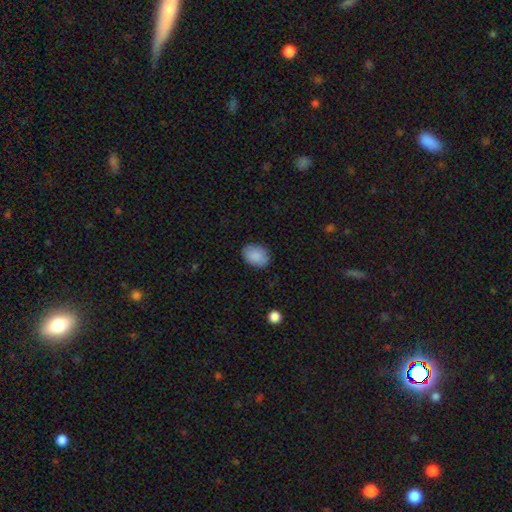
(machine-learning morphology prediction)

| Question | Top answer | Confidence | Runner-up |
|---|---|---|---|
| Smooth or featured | smooth | 88% | star or artifact (7%) |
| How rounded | in between | 76% | round (23%) |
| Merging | none | 85% | minor disturbance (11%) |